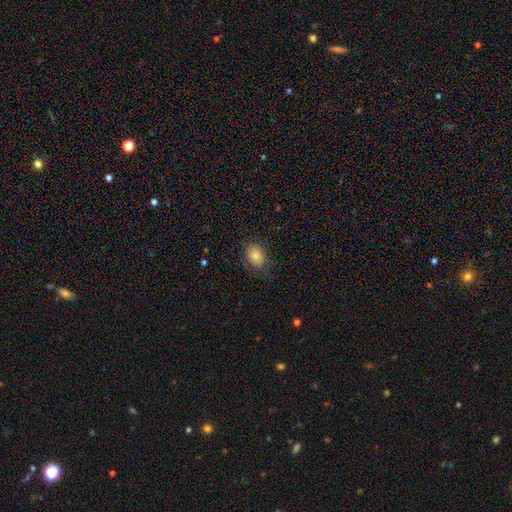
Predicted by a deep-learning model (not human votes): This is clearly a smooth galaxy (82%). How rounded: likely in between (67%). Merging: clearly none (81%).